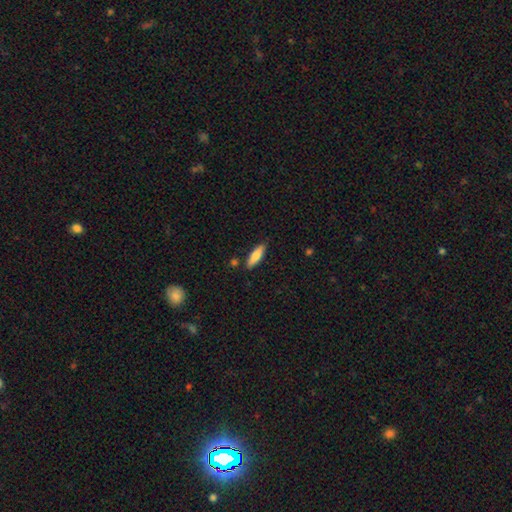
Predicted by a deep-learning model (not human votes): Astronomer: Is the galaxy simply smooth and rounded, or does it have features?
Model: smooth — 74%.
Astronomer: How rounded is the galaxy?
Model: cigar-shaped — 59% (runner-up: in between, 39%).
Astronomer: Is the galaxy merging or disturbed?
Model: none — 83%.